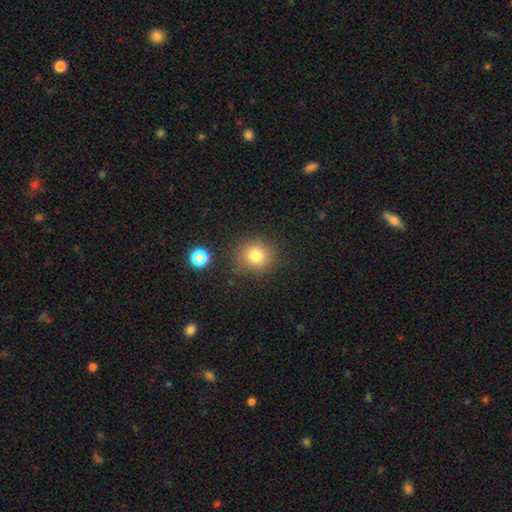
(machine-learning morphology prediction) Q: Smooth or featured?
A: smooth (80%); runner-up: star or artifact (13%)
Q: How rounded?
A: round (88%); runner-up: in between (11%)
Q: Merging?
A: none (80%); runner-up: minor disturbance (11%)